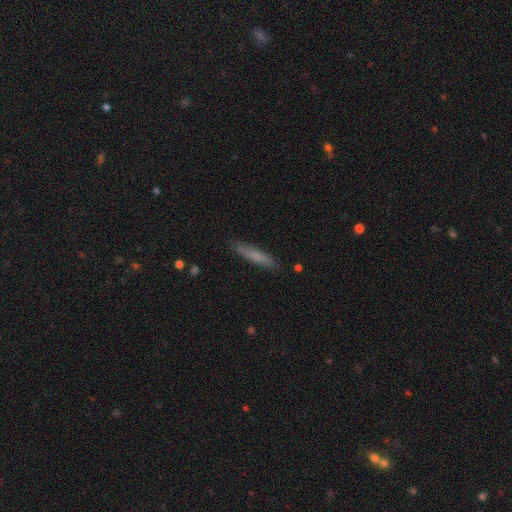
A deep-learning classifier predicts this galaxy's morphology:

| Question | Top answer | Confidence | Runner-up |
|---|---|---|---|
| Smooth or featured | smooth | 72% | featured or disk (21%) |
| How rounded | cigar-shaped | 91% | in between (8%) |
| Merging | none | 87% | minor disturbance (10%) |